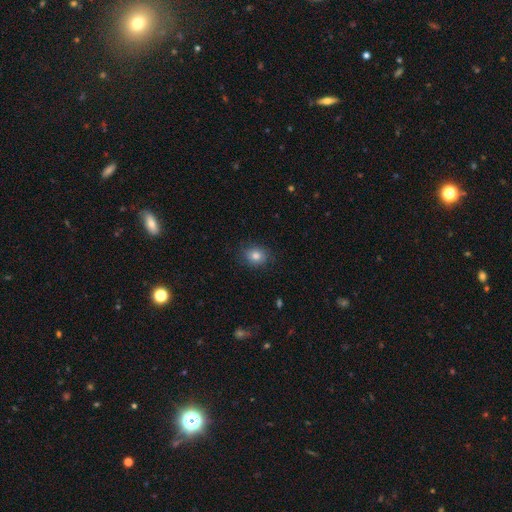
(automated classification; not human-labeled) Smooth or featured: smooth — 82% (star or artifact — 11%)
How rounded: round — 63% (in between — 36%)
Merging: none — 85% (minor disturbance — 11%)